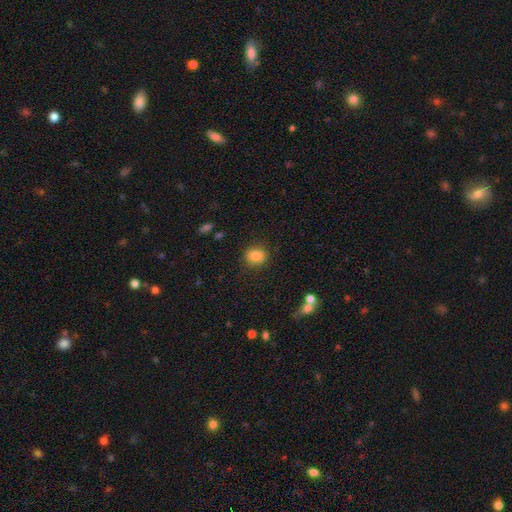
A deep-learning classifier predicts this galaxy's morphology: Smooth or featured? Predicted: smooth (p=0.85). How rounded? Predicted: round (p=0.64). Merging? Predicted: none (p=0.86).